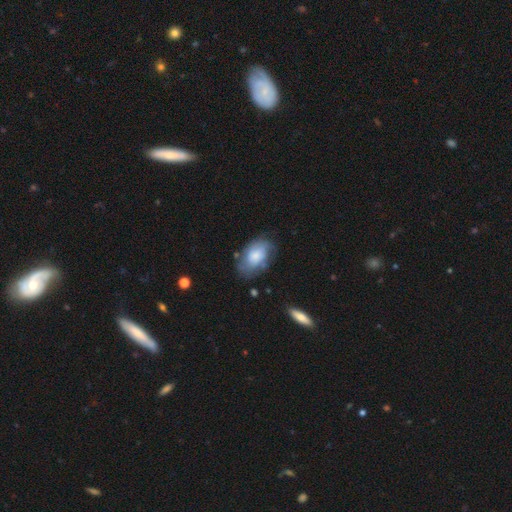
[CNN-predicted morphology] Smooth or featured? smooth (60%)
How rounded? in between (89%)
Merging? none (59%)